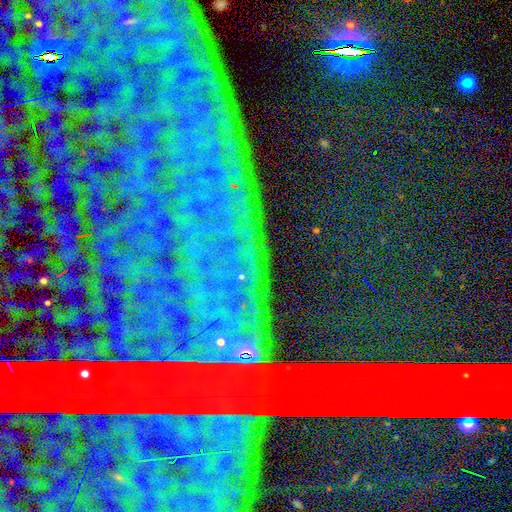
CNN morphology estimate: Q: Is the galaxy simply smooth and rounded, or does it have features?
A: star or artifact — 86%.